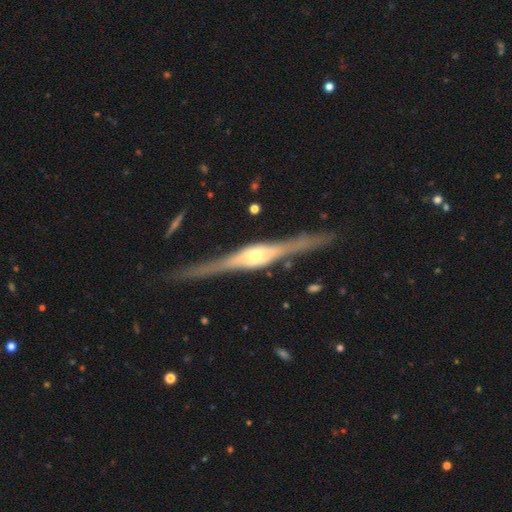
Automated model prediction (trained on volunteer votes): The model was most divided on "edge-on bulge": rounded: 84%, boxy: 14%, none: 3%. More confident: edge-on disk — yes (97%); smooth or featured — featured or disk (85%); merging — none (84%).